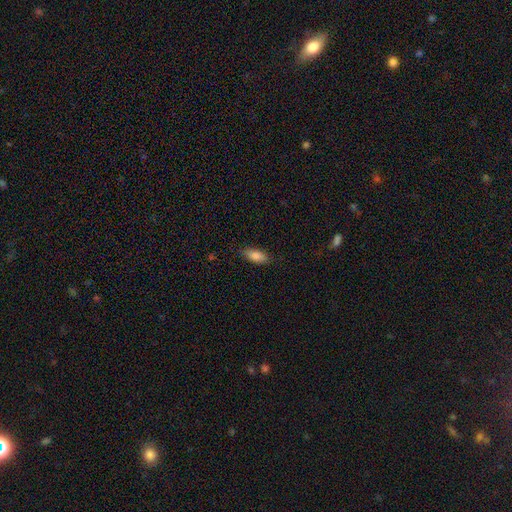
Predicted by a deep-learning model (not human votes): Smooth or featured?
  - smooth: 85% *
  - featured or disk: 8%
  - star or artifact: 7%
How rounded?
  - in between: 80% *
  - cigar-shaped: 18%
  - round: 2%
Merging?
  - none: 85% *
  - minor disturbance: 11%
  - major disturbance: 2%
  - merger: 1%